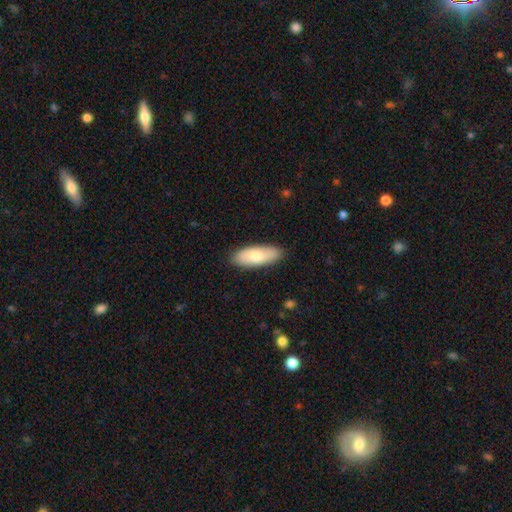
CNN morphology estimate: Smooth or featured: smooth — 78% (featured or disk — 16%)
How rounded: in between — 73% (cigar-shaped — 25%)
Merging: none — 87% (minor disturbance — 10%)